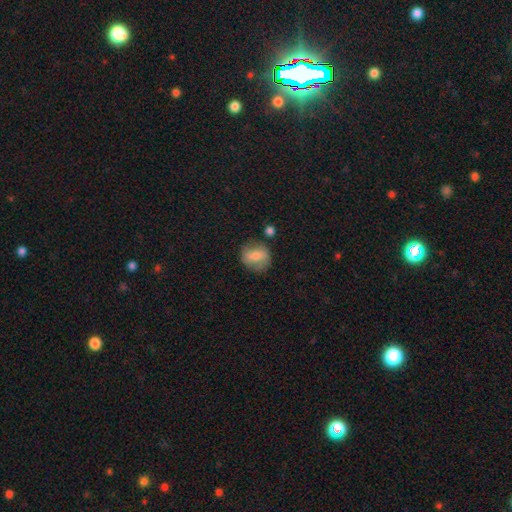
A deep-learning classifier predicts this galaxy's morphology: smooth-or-featured: smooth: 68% | featured or disk: 24% | star or artifact: 8%
  how-rounded: round: 68% | in between: 30% | cigar-shaped: 2%
  merging: none: 70% | minor disturbance: 19% | major disturbance: 6% | merger: 5%